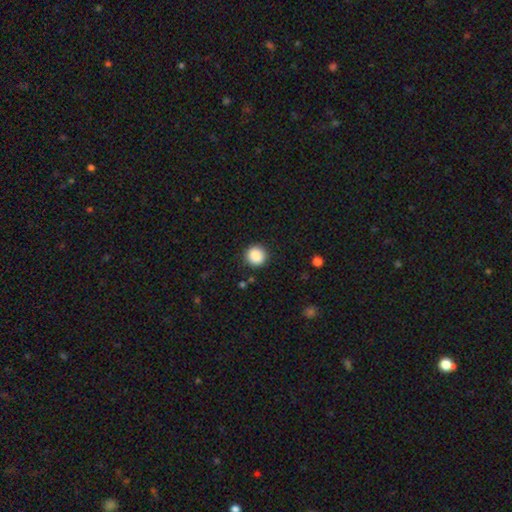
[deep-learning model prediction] Smooth or featured: smooth — 88% (star or artifact — 9%)
How rounded: round — 93% (in between — 6%)
Merging: none — 90% (minor disturbance — 7%)